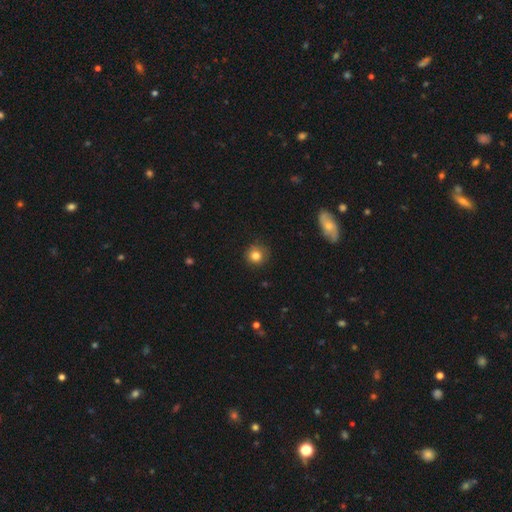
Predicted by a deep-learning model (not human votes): smooth_or_featured: smooth (p=0.81) [alt: star or artifact p=0.11]
how_rounded: round (p=0.92) [alt: in between p=0.07]
merging: none (p=0.85) [alt: minor disturbance p=0.11]